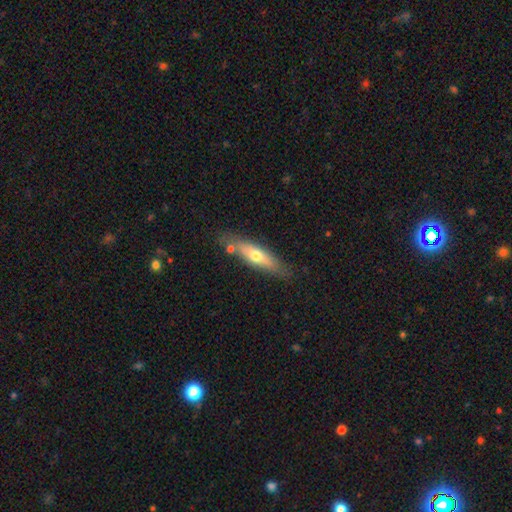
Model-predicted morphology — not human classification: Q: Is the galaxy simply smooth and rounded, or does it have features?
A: smooth — 55%.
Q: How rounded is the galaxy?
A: cigar-shaped — 64%.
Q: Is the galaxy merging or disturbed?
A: none — 73%.